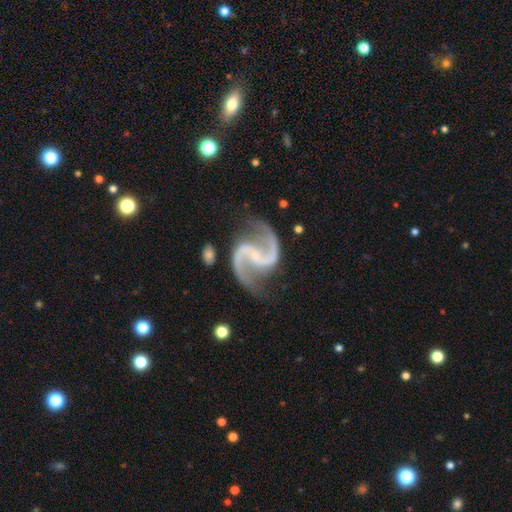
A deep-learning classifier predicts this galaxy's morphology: type=featured or disk (94%); edge-on=no (99%); bar=weak (41%); spiral arms=yes (99%); winding=medium (48%); arm count=2 (95%); bulge=small (64%); merging=none (76%).